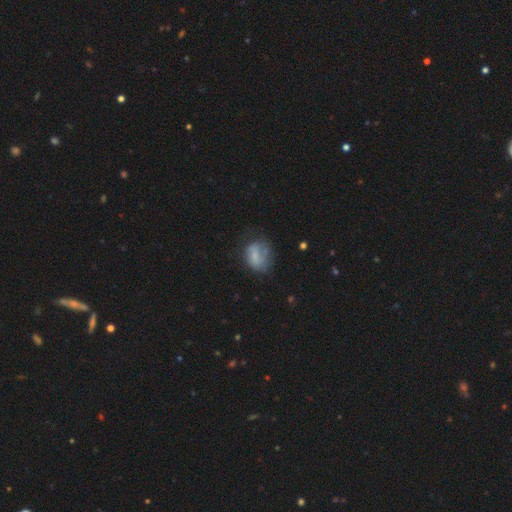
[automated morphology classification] smooth-or-featured: smooth: 63% | featured or disk: 28% | star or artifact: 9%
  how-rounded: in between: 61% | round: 37% | cigar-shaped: 2%
  merging: none: 42% | minor disturbance: 29% | major disturbance: 24% | merger: 4%